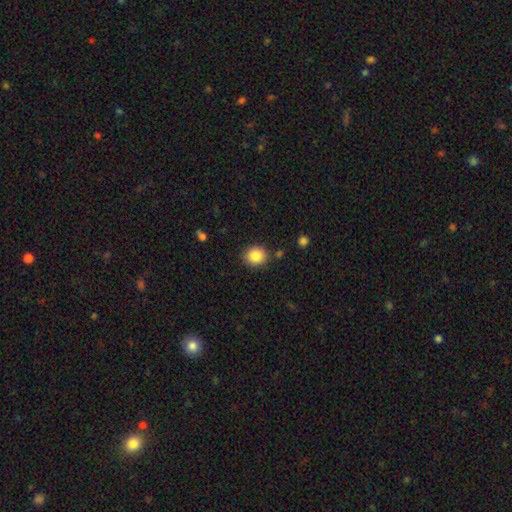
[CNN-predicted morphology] smooth 86%, star or artifact 9%, featured or disk 5%. Down the decision tree: how rounded — round (75%); merging — none (86%).